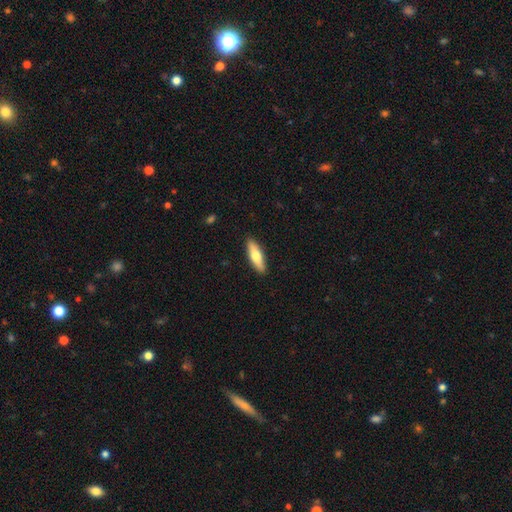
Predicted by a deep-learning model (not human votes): Overall: smooth (61%; featured or disk 34%). How rounded: cigar-shaped (56%; in between 42%). Merging: none (90%).